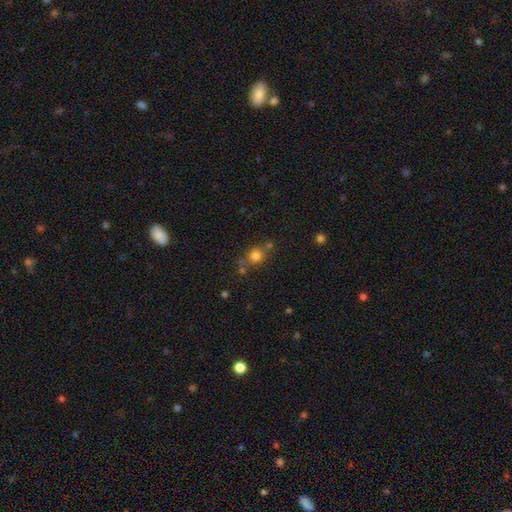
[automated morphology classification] smooth-or-featured: smooth: 78% | star or artifact: 15% | featured or disk: 8%
  how-rounded: round: 83% | in between: 16% | cigar-shaped: 1%
  merging: none: 68% | merger: 17% | minor disturbance: 11% | major disturbance: 4%